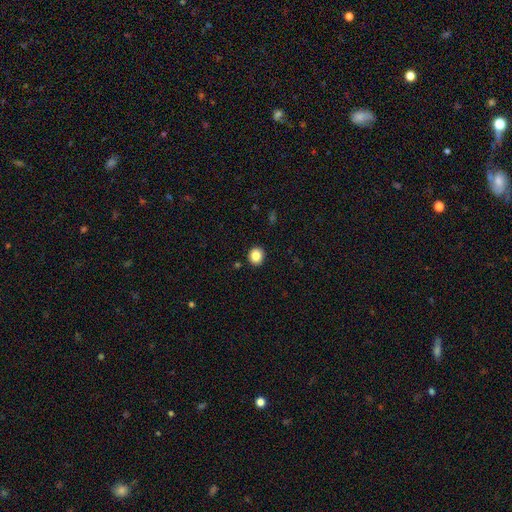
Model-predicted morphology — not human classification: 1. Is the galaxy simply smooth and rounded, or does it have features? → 85% smooth, 10% star or artifact, 5% featured or disk.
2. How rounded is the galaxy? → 77% round, 22% in between, 1% cigar-shaped.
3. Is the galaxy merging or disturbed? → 91% none, 6% minor disturbance, 2% major disturbance, 1% merger.